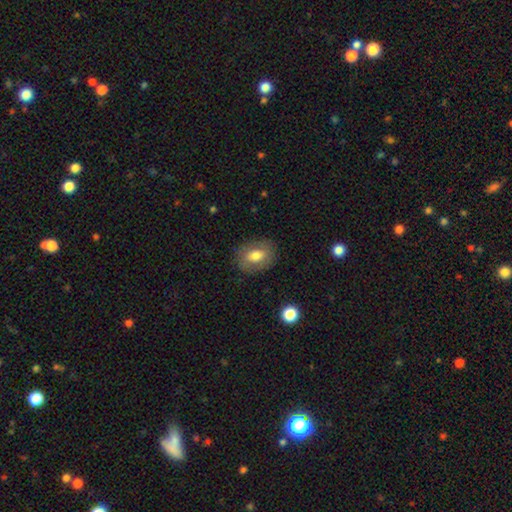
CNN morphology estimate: Smooth or featured? Predicted: smooth (p=0.69). How rounded? Predicted: in between (p=0.71). Merging? Predicted: none (p=0.83).